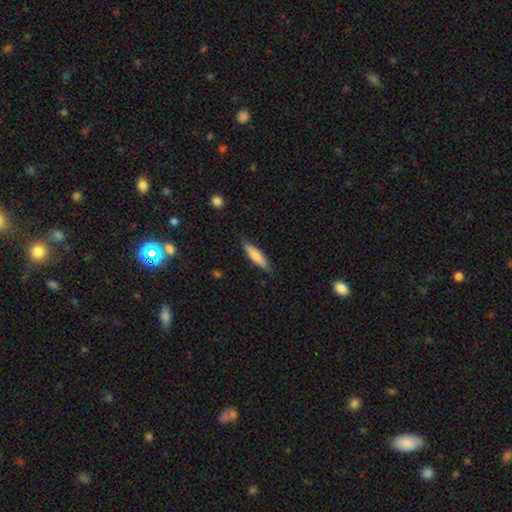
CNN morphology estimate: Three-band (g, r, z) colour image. It shows a smooth galaxy with no disk features (72%) that is cigar-shaped (78%). Merging: none (85%).